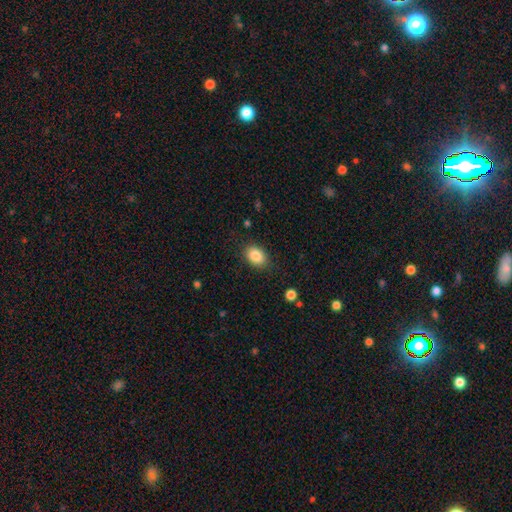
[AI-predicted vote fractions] Smooth or featured? Predicted: smooth (p=0.85). How rounded? Predicted: in between (p=0.74). Merging? Predicted: none (p=0.84).